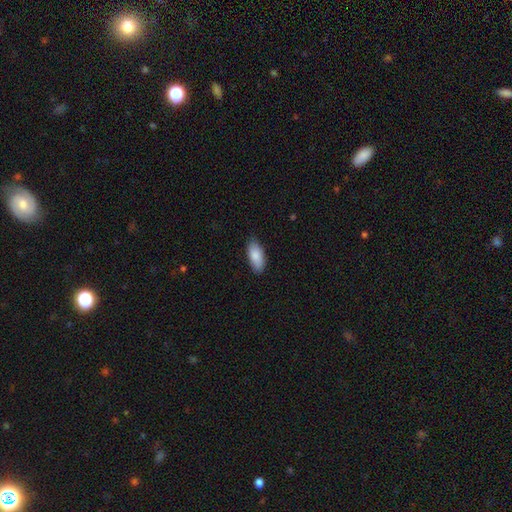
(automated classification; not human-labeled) smooth-or-featured: smooth: 86% | featured or disk: 9% | star or artifact: 6%
  how-rounded: in between: 88% | cigar-shaped: 11% | round: 2%
  merging: none: 83% | minor disturbance: 14% | major disturbance: 2% | merger: 1%